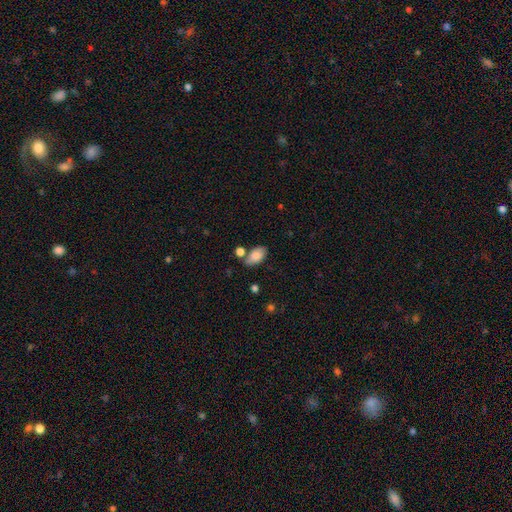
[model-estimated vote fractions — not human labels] A smooth galaxy with no disk features (82%) that is in between round and cigar-shaped (92%).

Vote fractions:
- Smooth or featured? smooth: 82% / featured or disk: 10% / star or artifact: 8%
- How rounded? in between: 92% / round: 6% / cigar-shaped: 2%
- Merging? none: 59% / minor disturbance: 18% / merger: 17% / major disturbance: 6%